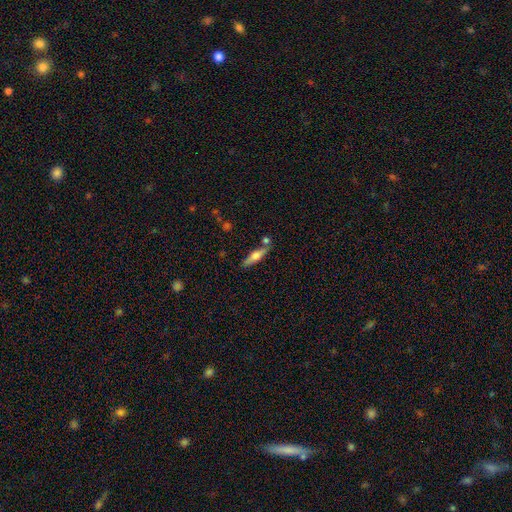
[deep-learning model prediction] Q: Smooth or featured?
A: smooth (47%); runner-up: featured or disk (46%)
Q: Merging?
A: none (75%); runner-up: minor disturbance (12%)